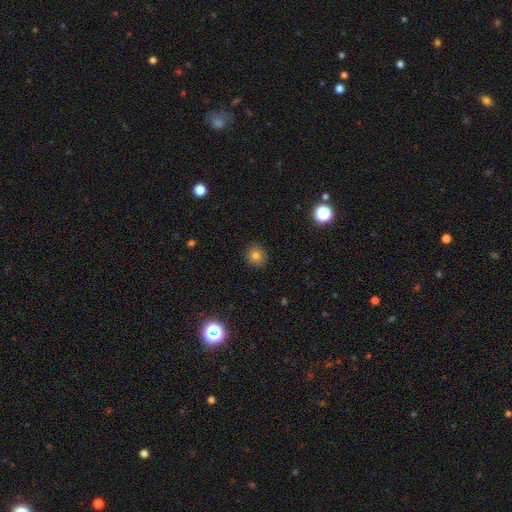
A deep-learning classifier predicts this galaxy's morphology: Smooth or featured? smooth (79%)
How rounded? round (89%)
Merging? none (90%)